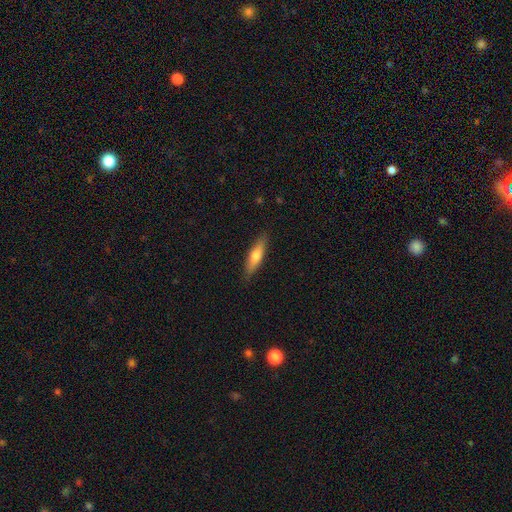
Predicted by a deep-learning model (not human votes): This is likely a smooth galaxy (65%). How rounded: likely cigar-shaped (69%). Merging: clearly none (87%).